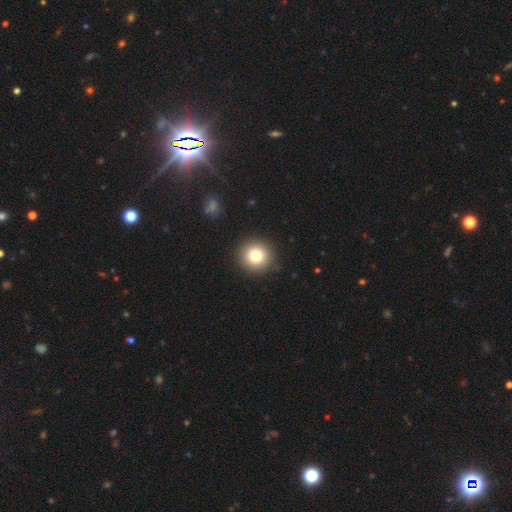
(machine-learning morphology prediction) This is clearly a smooth galaxy (80%). How rounded: clearly round (93%). Merging: clearly none (91%).